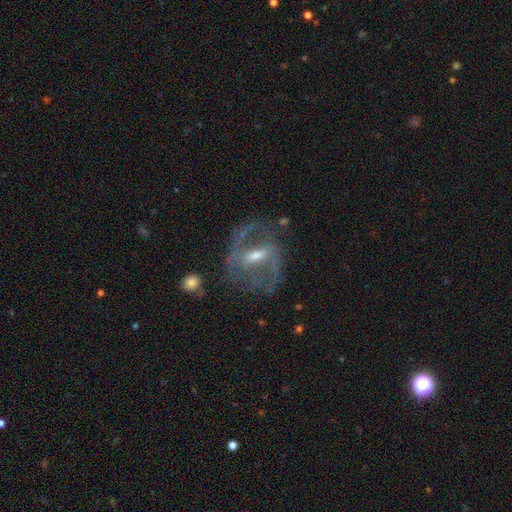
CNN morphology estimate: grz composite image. It shows a featured or disk galaxy (84%) with a weak bar (45%), 2 (80%) medium (53%) spiral arms (89%) and a moderate central bulge (55%). Merging: none (65%).